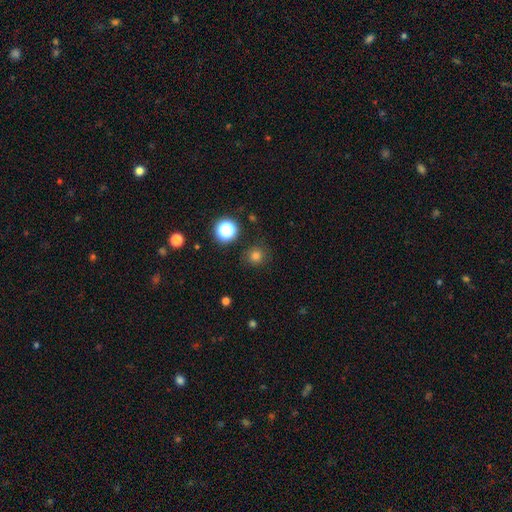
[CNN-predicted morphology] smooth-or-featured: smooth: 77% | star or artifact: 18% | featured or disk: 5%
  how-rounded: round: 92% | in between: 8% | cigar-shaped: 1%
  merging: none: 87% | minor disturbance: 8% | major disturbance: 3% | merger: 2%